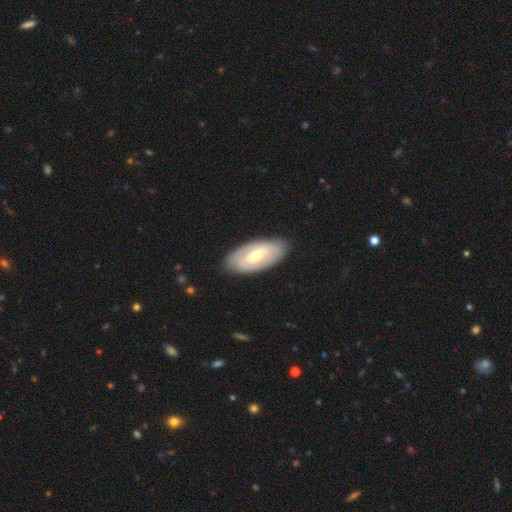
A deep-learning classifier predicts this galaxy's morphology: This is likely a featured or disk galaxy (61%). It is clearly not viewed edge-on (89%). Bar: marginally weak (43%). Spiral arm pattern: possibly no (53%). Central bulge: possibly moderate (59%). Merging: clearly none (86%).